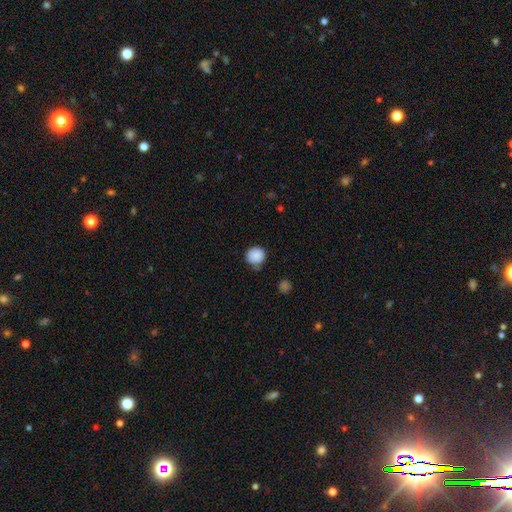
Overall: smooth (92%). How rounded: round (92%). Merging: none (68%).